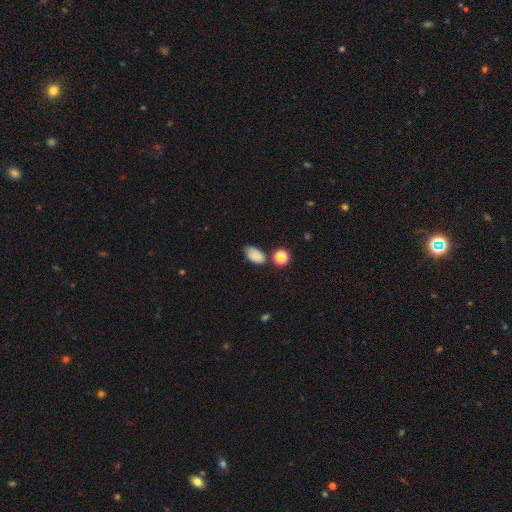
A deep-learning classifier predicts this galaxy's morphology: Smooth or featured? smooth (81%)
How rounded? in between (90%)
Merging? none (58%)